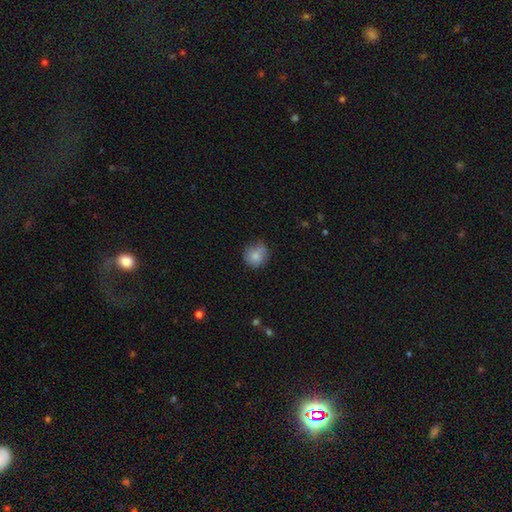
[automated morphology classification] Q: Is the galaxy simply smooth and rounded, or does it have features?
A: smooth — 79%.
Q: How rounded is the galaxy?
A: round — 85%.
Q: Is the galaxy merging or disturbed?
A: none — 64%.